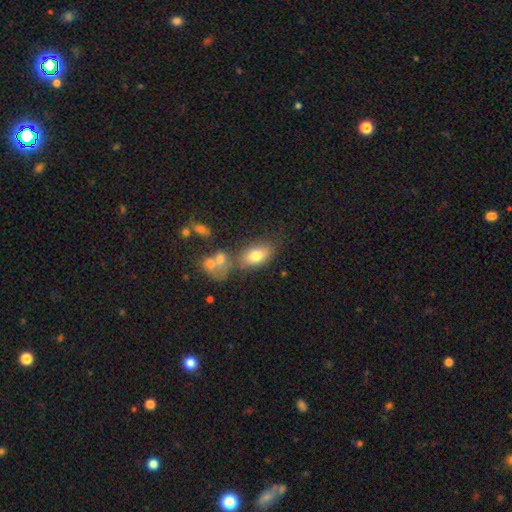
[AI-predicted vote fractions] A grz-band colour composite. It shows a smooth galaxy with no disk features (76%) that is in between round and cigar-shaped (90%). Merging: none (57%).